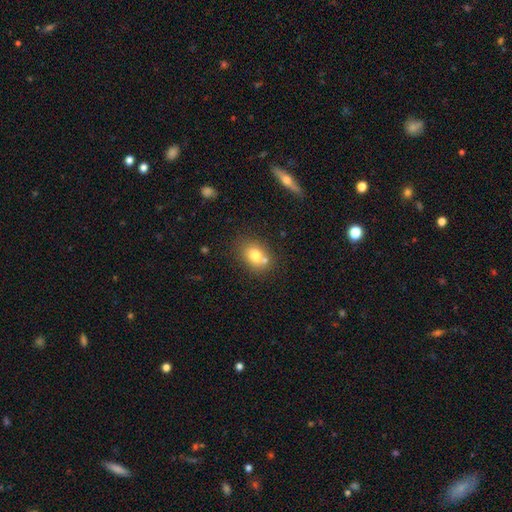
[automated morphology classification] Smooth or featured? Predicted: smooth (p=0.75). How rounded? Predicted: in between (p=0.60). Merging? Predicted: none (p=0.61).